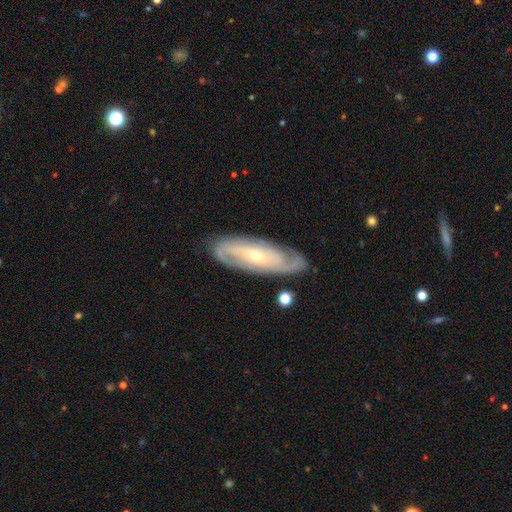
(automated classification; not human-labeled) Smooth or featured? featured or disk (82%)
Edge-on disk? no (87%)
Bar? no (60%)
Spiral arms? yes (93%)
Spiral winding? tight (53%)
Spiral arm count? 2 (54%)
Bulge size? small (67%)
Merging? none (80%)